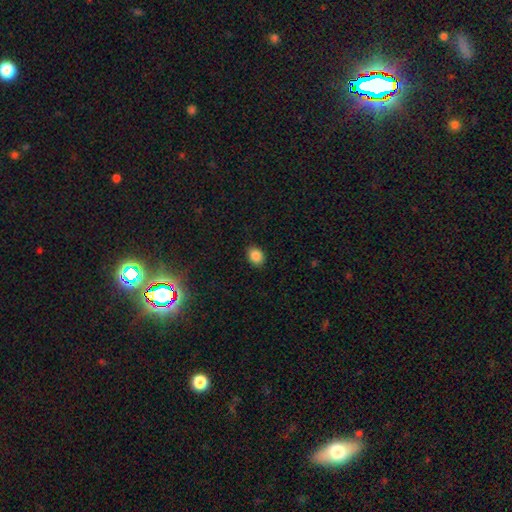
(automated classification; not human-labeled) Morphology: type=smooth (86%); roundness=in between (61%); merging=none (87%).